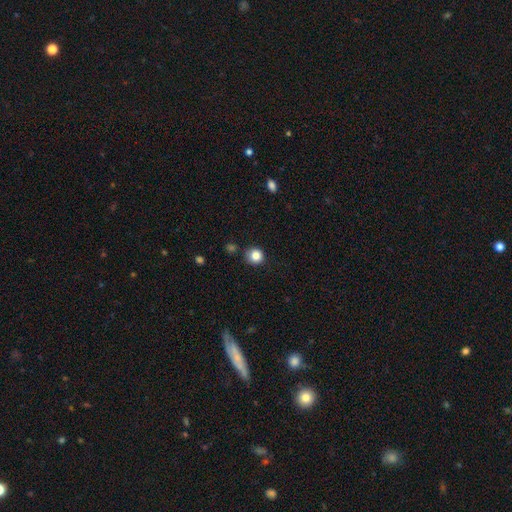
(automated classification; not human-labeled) This appears to be a smooth galaxy with no disk features (84%) that is round (91%). Merging: none (84%).